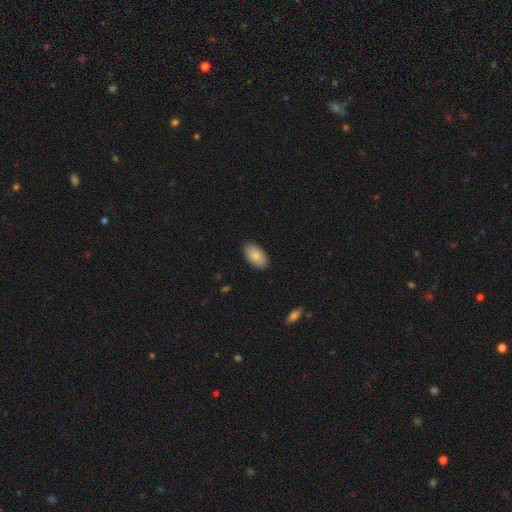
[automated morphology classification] Smooth or featured? Predicted: smooth (p=0.84). How rounded? Predicted: in between (p=0.95). Merging? Predicted: none (p=0.88).